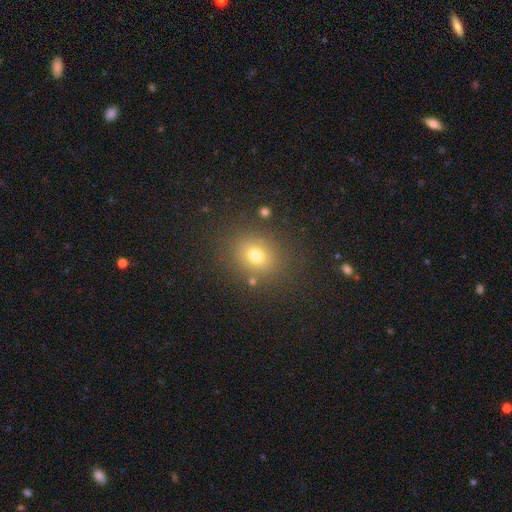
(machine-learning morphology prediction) Q: Smooth or featured?
A: smooth (72%); runner-up: star or artifact (17%)
Q: How rounded?
A: round (67%); runner-up: in between (33%)
Q: Merging?
A: none (83%); runner-up: minor disturbance (9%)